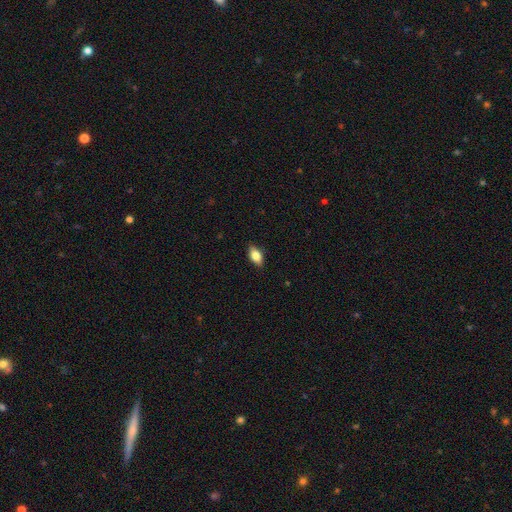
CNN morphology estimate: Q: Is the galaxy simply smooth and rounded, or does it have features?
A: smooth — 74%.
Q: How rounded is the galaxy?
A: in between — 86%.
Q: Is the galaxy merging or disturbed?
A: none — 85%.